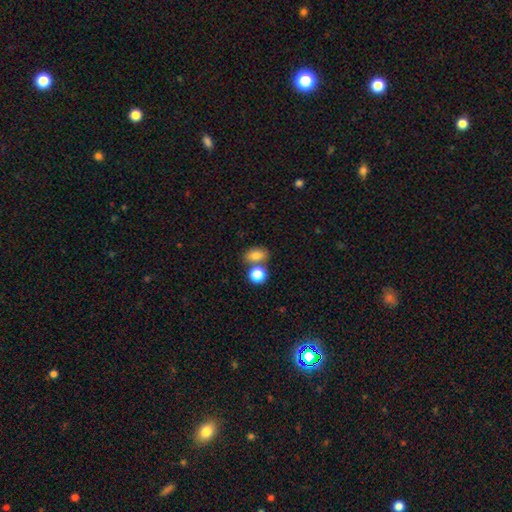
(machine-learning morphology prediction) Smooth or featured: smooth — 80% (star or artifact — 11%)
How rounded: in between — 72% (round — 26%)
Merging: none — 56% (merger — 28%)